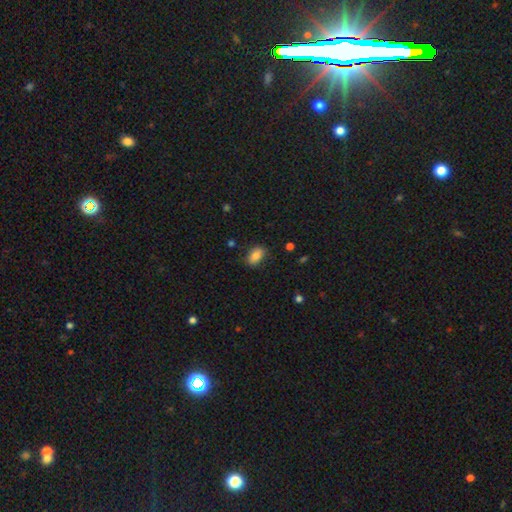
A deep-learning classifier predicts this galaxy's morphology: A smooth galaxy with no disk features (82%) that is in between round and cigar-shaped (86%). Merging: none (82%).